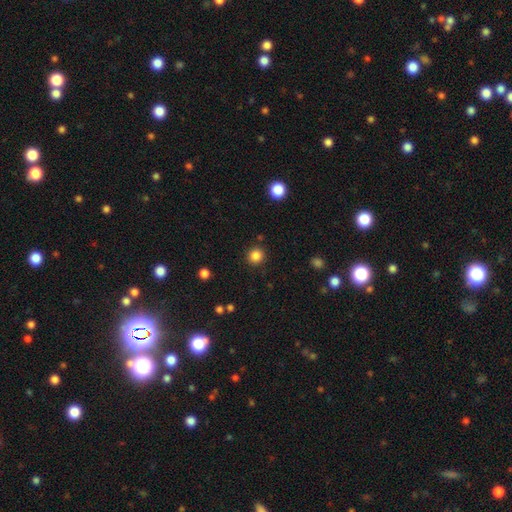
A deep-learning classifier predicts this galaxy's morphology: The model was most divided on "smooth or featured": smooth: 85%, star or artifact: 12%, featured or disk: 4%. More confident: how rounded — round (93%); merging — none (90%).